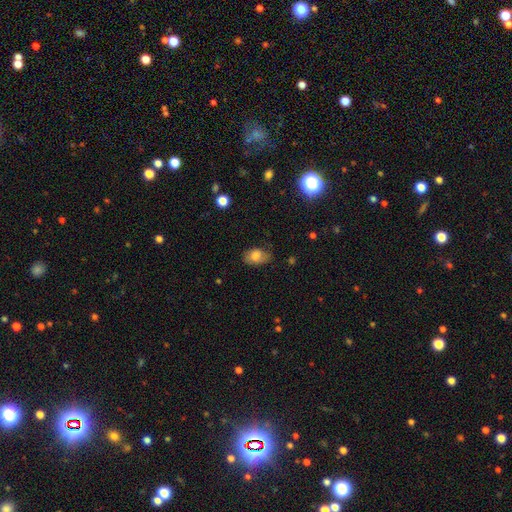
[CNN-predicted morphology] A smooth galaxy with no disk features (78%) that is in between round and cigar-shaped (86%). Merging: none (65%).